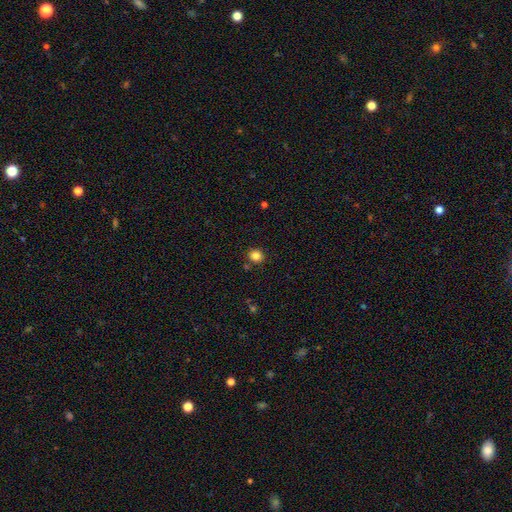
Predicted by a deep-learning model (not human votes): smooth 83%, star or artifact 12%, featured or disk 5%. Down the decision tree: how rounded — round (87%); merging — none (86%).